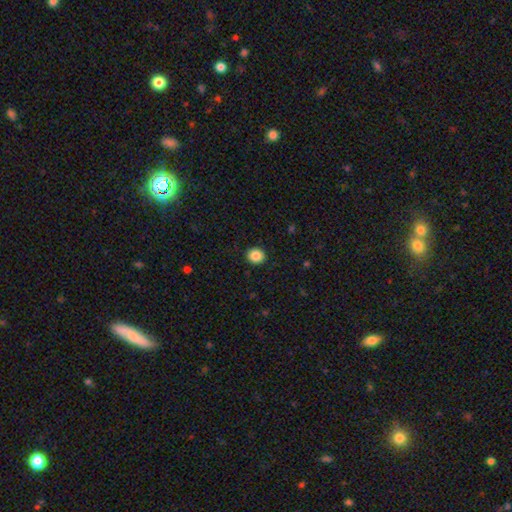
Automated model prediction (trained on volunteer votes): Q: Smooth or featured?
A: smooth (87%); runner-up: star or artifact (9%)
Q: How rounded?
A: round (83%); runner-up: in between (16%)
Q: Merging?
A: none (92%); runner-up: minor disturbance (5%)